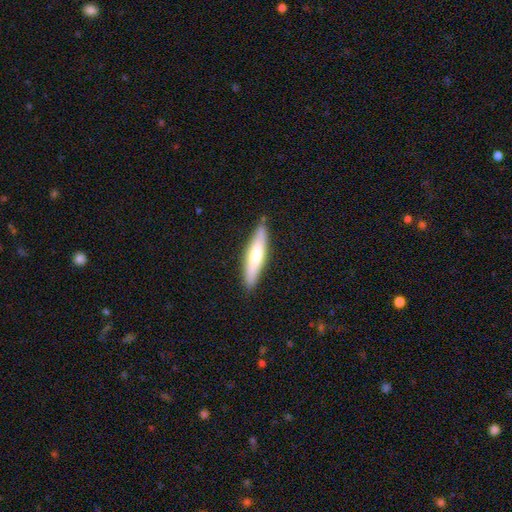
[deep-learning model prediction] smooth 61%, featured or disk 33%, star or artifact 5%. Down the decision tree: how rounded — cigar-shaped (81%); merging — none (86%).